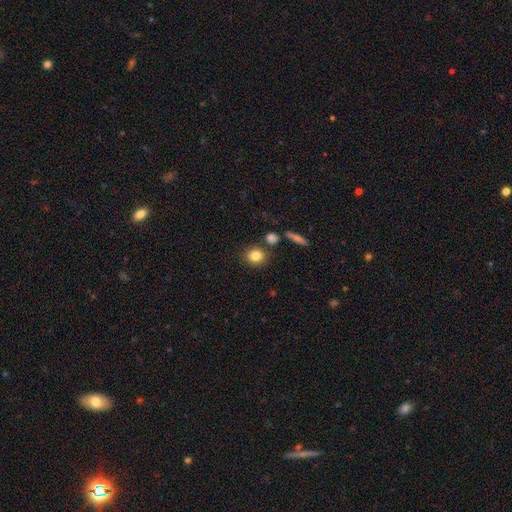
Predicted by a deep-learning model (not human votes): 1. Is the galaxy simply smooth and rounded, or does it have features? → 82% smooth, 10% star or artifact, 8% featured or disk.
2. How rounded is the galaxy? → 73% round, 25% in between, 2% cigar-shaped.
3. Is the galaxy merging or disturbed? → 80% none, 10% minor disturbance, 8% merger, 3% major disturbance.